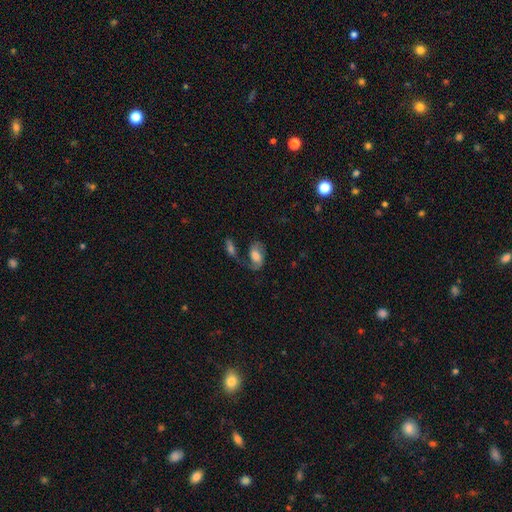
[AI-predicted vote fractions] Overall: featured or disk (50%; smooth 41%). Edge-on disk: no (95%). Merging: none (37%; merger 23%).